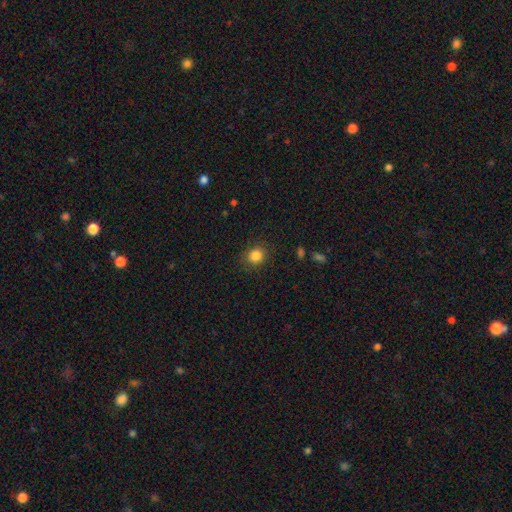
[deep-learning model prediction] This is clearly a smooth galaxy (85%). How rounded: clearly round (81%). Merging: clearly none (87%).